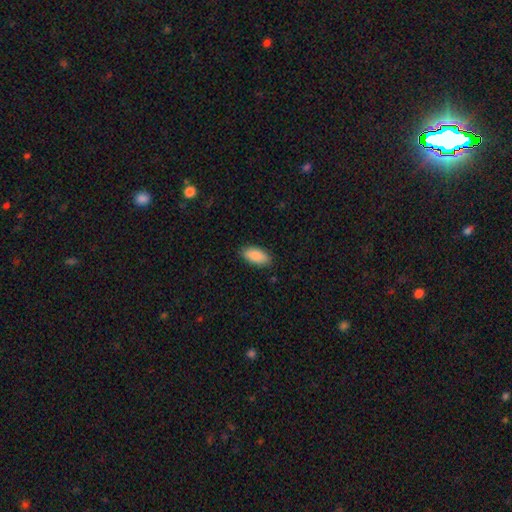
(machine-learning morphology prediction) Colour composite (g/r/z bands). It shows a smooth galaxy with no disk features (90%) that is in between round and cigar-shaped (92%). Merging: none (87%).